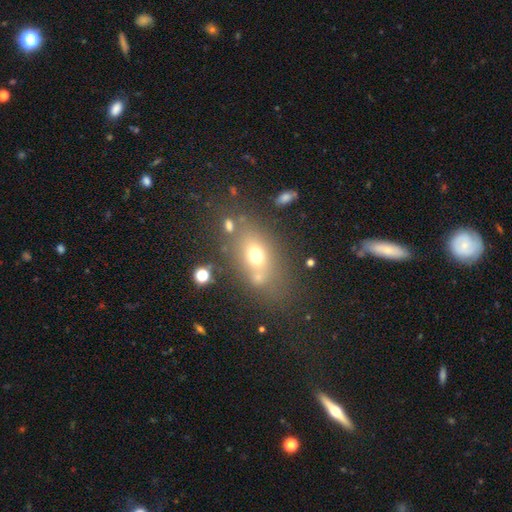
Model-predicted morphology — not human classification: A smooth galaxy with no disk features (65%) that is in between round and cigar-shaped (68%). Merging: none (63%).